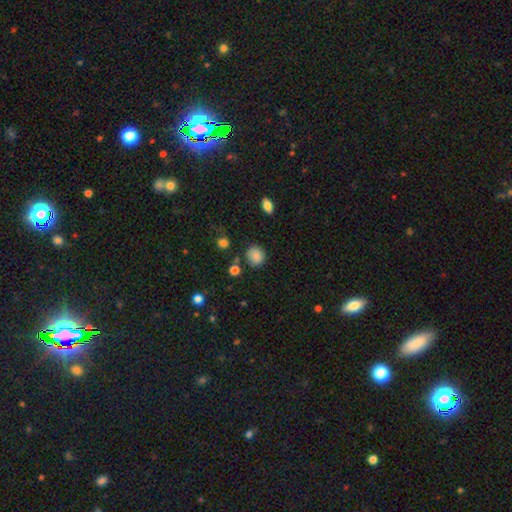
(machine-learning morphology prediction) smooth 85%, star or artifact 10%, featured or disk 5%. Down the decision tree: how rounded — round (83%); merging — none (80%).